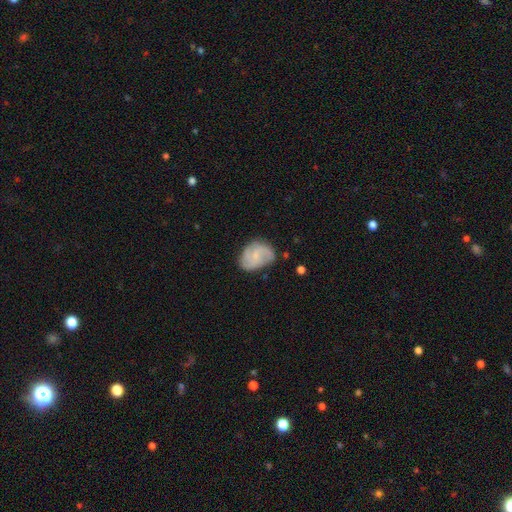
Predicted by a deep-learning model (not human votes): featured or disk 64%, smooth 29%, star or artifact 7%. Down the decision tree: edge-on disk — no (98%); bar — no (63%); spiral arms — yes (91%); spiral arm count — 3 (36%); spiral winding — medium (47%); bulge size — small (64%); merging — none (61%).